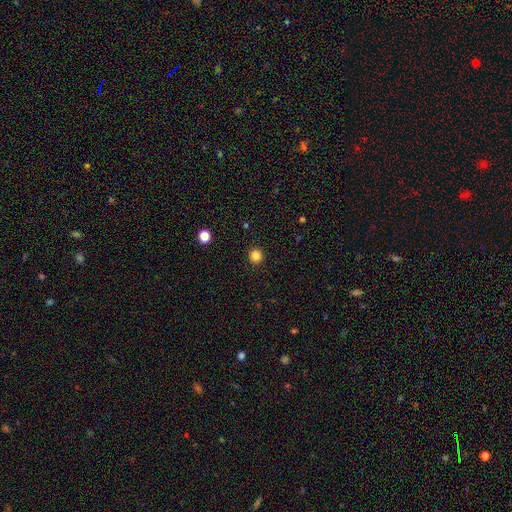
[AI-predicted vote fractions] Morphology: type=smooth (83%); roundness=round (95%); merging=none (93%).